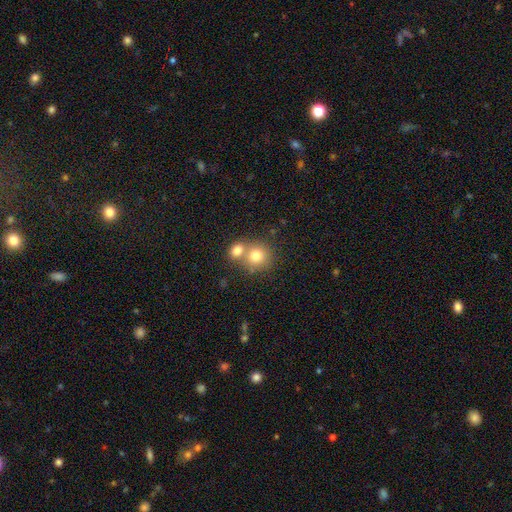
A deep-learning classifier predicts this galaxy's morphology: smooth 77%, featured or disk 12%, star or artifact 11%. Down the decision tree: how rounded — round (82%); merging — merger (49%).